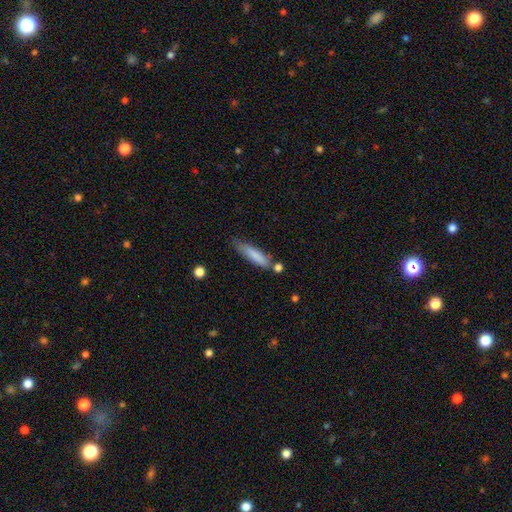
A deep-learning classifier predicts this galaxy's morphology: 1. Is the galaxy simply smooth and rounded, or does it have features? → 80% smooth, 14% featured or disk, 6% star or artifact.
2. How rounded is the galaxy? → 77% cigar-shaped, 21% in between, 2% round.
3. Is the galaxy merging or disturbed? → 57% none, 26% minor disturbance, 10% merger, 7% major disturbance.